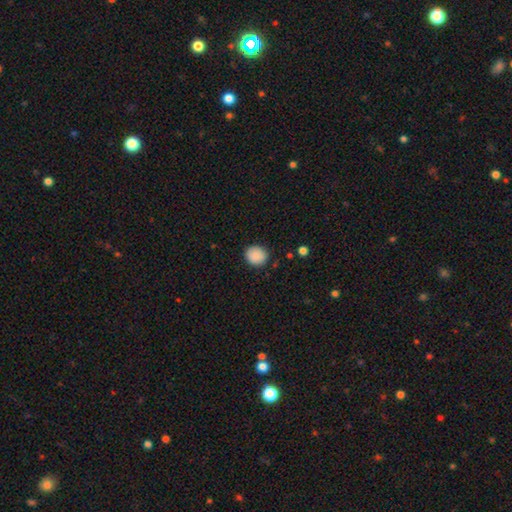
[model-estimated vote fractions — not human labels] Smooth or featured? Predicted: smooth (p=0.89). How rounded? Predicted: round (p=0.80). Merging? Predicted: none (p=0.87).